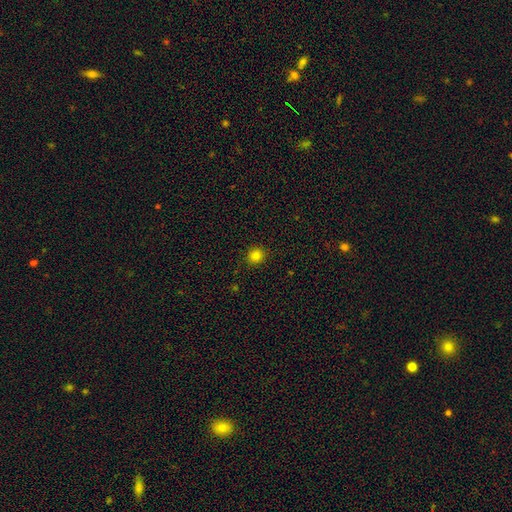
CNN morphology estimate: Smooth or featured?
  - smooth: 81% *
  - star or artifact: 14%
  - featured or disk: 5%
How rounded?
  - round: 91% *
  - in between: 8%
  - cigar-shaped: 1%
Merging?
  - none: 91% *
  - minor disturbance: 6%
  - major disturbance: 2%
  - merger: 1%